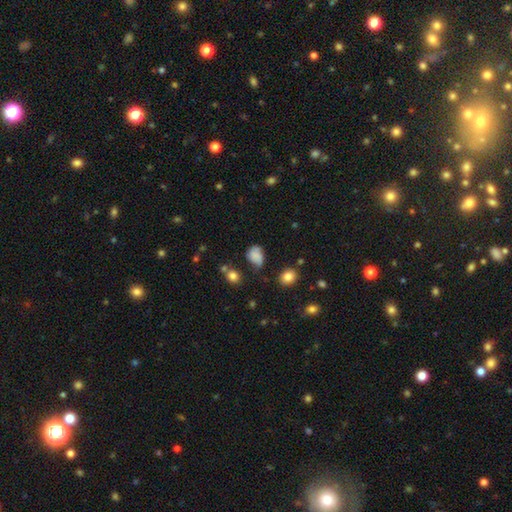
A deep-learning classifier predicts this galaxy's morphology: Overall: smooth (70%). How rounded: in between (64%; round 35%). Merging: none (47%; minor disturbance 33%).